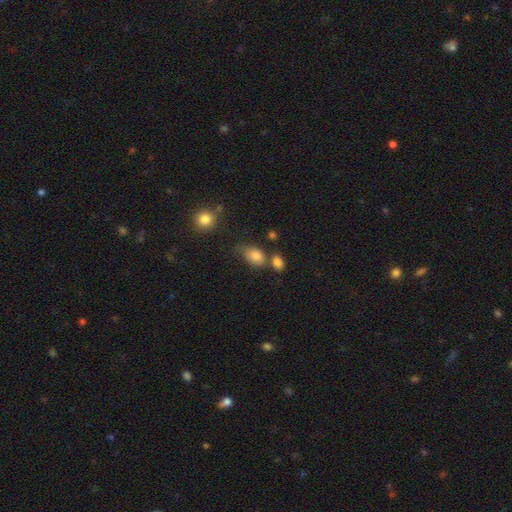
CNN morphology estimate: The model was most divided on "merging": none: 46%, merger: 23%, minor disturbance: 22%, major disturbance: 8%. More confident: how rounded — in between (81%); smooth or featured — smooth (81%).